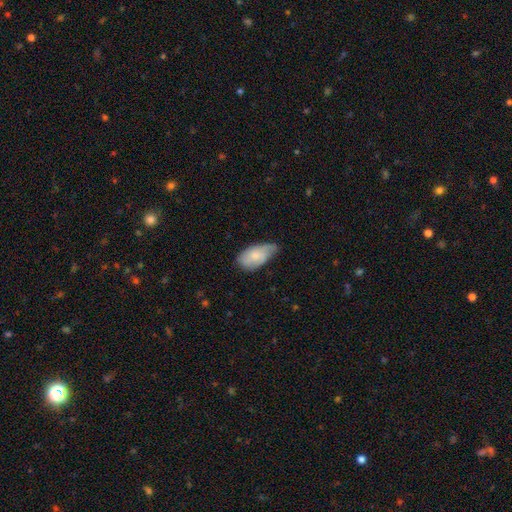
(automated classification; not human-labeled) This appears to be a smooth galaxy with no disk features (71%) that is in between round and cigar-shaped (93%). Merging: minor disturbance (48%).